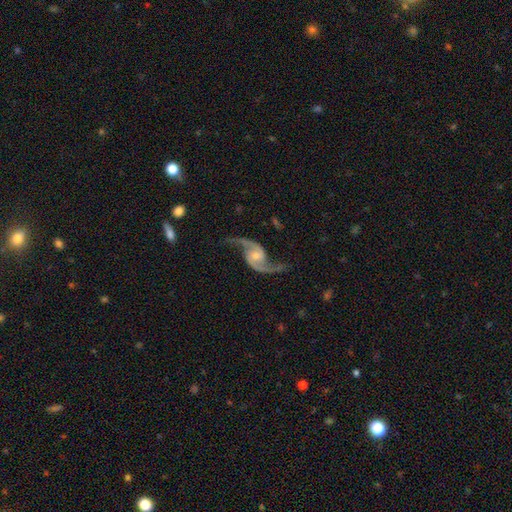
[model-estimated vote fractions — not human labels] Smooth or featured? featured or disk (93%)
Edge-on disk? no (97%)
Bar? no (56%)
Spiral arms? yes (98%)
Spiral winding? loose (67%)
Spiral arm count? 2 (95%)
Bulge size? small (47%)
Merging? none (78%)